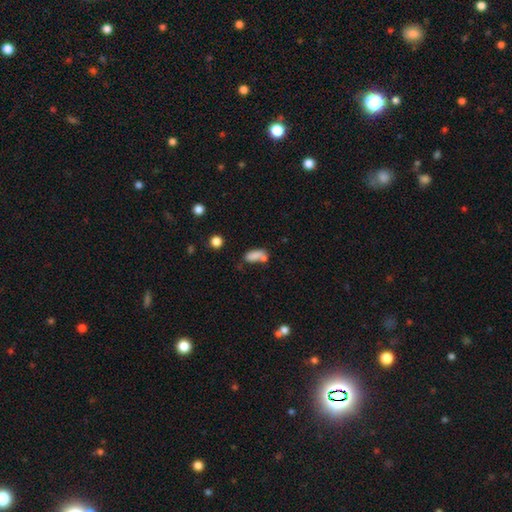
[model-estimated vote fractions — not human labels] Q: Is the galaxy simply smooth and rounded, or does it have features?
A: smooth — 77%.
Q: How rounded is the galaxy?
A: in between — 82%.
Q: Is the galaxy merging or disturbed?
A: merger — 35%.